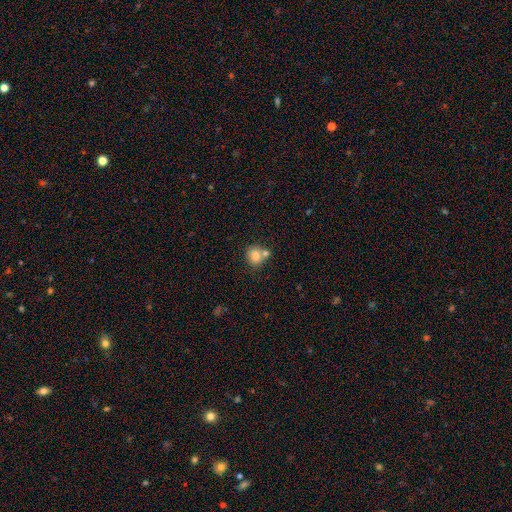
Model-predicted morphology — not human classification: The model was most divided on "merging": none: 50%, merger: 35%, minor disturbance: 11%, major disturbance: 4%. More confident: smooth or featured — smooth (80%); how rounded — round (77%).